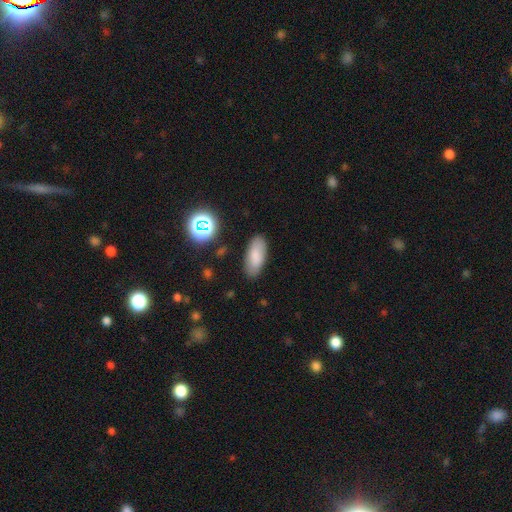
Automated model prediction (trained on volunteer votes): Smooth or featured? smooth (79%)
How rounded? in between (85%)
Merging? none (84%)